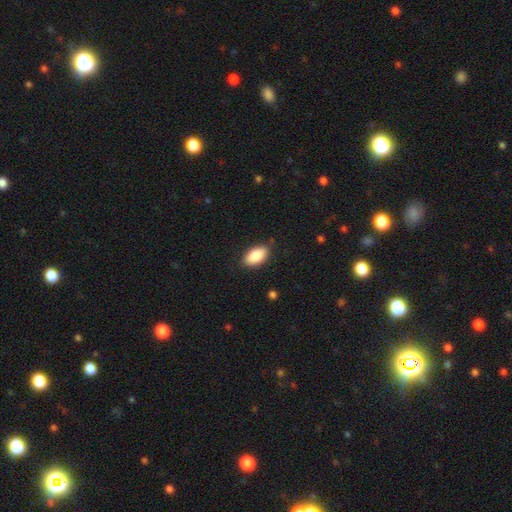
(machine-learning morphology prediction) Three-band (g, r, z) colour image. It shows a smooth galaxy with no disk features (85%) that is in between round and cigar-shaped (93%). Merging: none (84%).